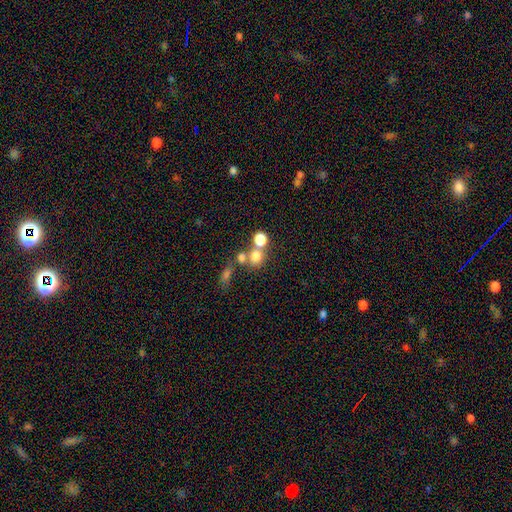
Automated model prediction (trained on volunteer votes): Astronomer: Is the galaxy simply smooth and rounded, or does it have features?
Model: smooth — 72%.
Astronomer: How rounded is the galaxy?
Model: round — 78%.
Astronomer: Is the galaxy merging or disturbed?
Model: none — 44% (runner-up: merger, 43%).